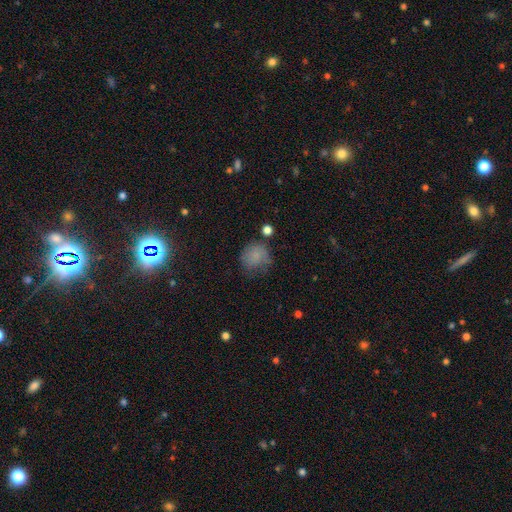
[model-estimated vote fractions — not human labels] Morphology: type=smooth (75%); roundness=round (78%); merging=none (51%).